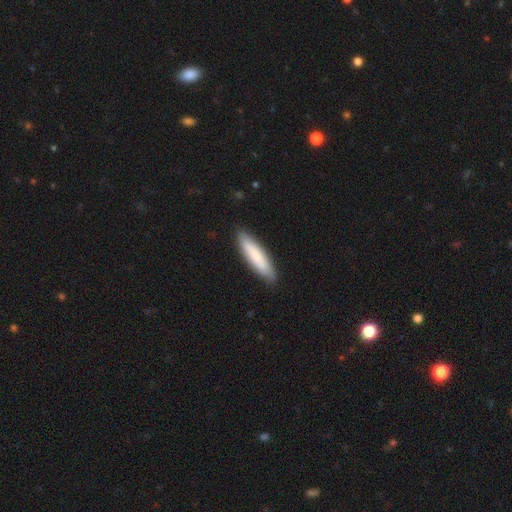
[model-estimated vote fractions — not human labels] This is likely a smooth galaxy (80%). How rounded: likely cigar-shaped (78%). Merging: clearly none (88%).